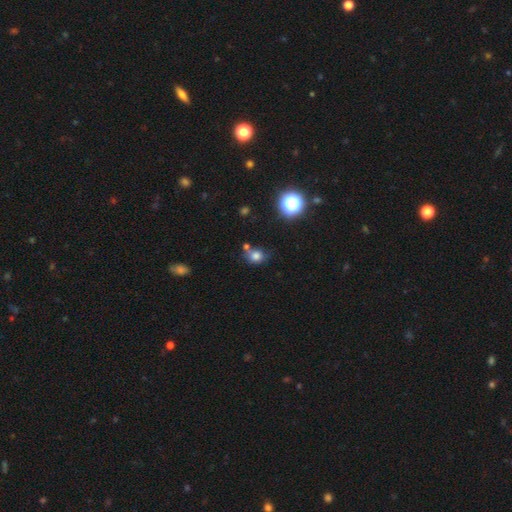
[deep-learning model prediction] Smooth or featured?
  - smooth: 76% *
  - star or artifact: 16%
  - featured or disk: 8%
How rounded?
  - round: 68% *
  - in between: 31%
  - cigar-shaped: 1%
Merging?
  - none: 56% *
  - minor disturbance: 20%
  - merger: 18%
  - major disturbance: 6%